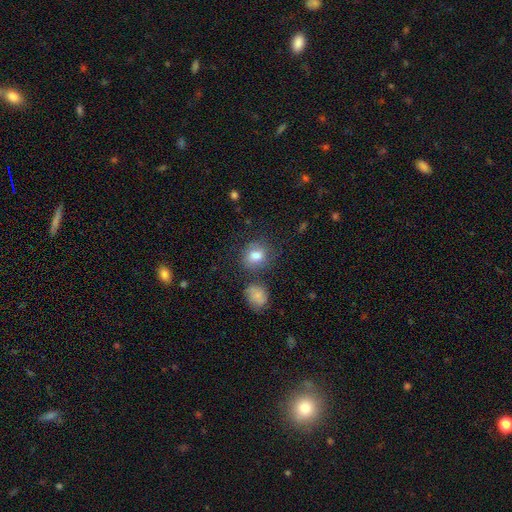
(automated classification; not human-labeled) smooth_or_featured: smooth (p=0.79) [alt: featured or disk p=0.11]
how_rounded: round (p=0.67) [alt: in between p=0.32]
merging: none (p=0.66) [alt: minor disturbance p=0.18]